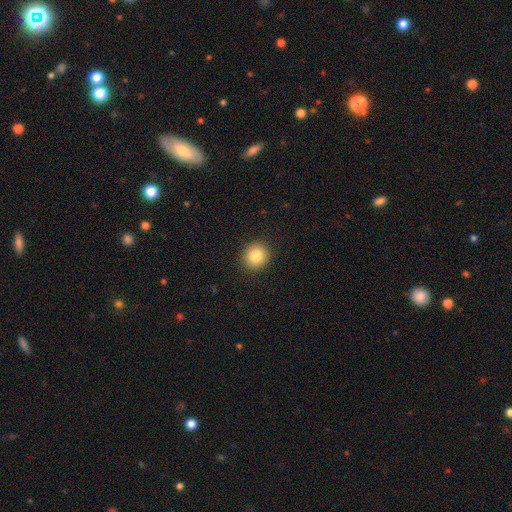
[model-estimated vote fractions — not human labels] Q: Smooth or featured?
A: smooth (84%); runner-up: star or artifact (10%)
Q: How rounded?
A: round (86%); runner-up: in between (13%)
Q: Merging?
A: none (91%); runner-up: minor disturbance (6%)